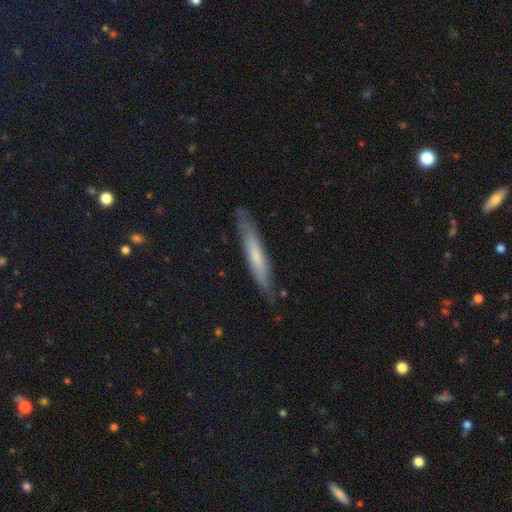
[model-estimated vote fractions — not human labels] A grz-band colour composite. It shows a smooth galaxy with no disk features (50%). Merging: none (81%).